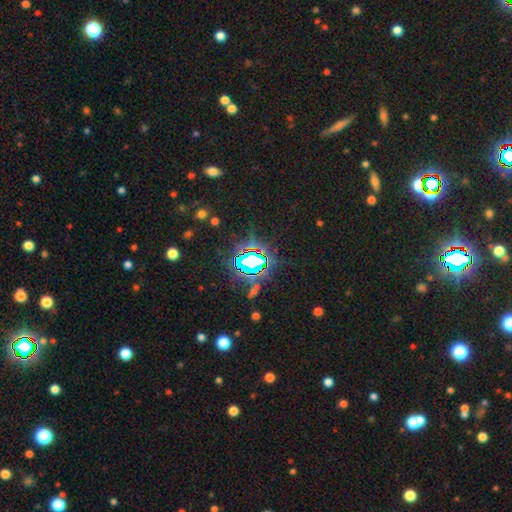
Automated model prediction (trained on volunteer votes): The model was most divided on "smooth or featured": star or artifact: 78%, smooth: 13%, featured or disk: 9%.